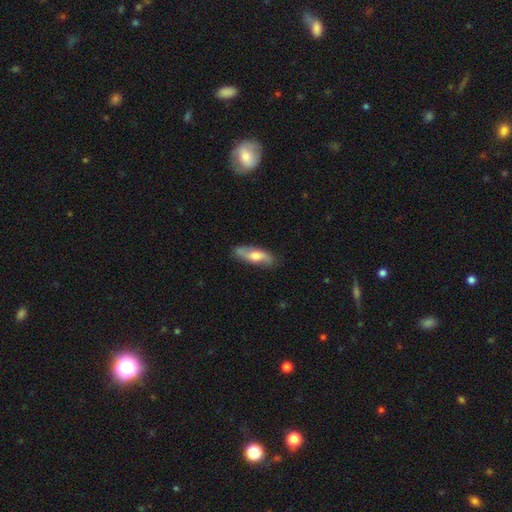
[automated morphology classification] Smooth or featured?
  - featured or disk: 52% *
  - smooth: 43%
  - star or artifact: 6%
Edge-on disk?
  - no: 72% *
  - yes: 28%
Merging?
  - none: 80% *
  - minor disturbance: 16%
  - major disturbance: 3%
  - merger: 2%